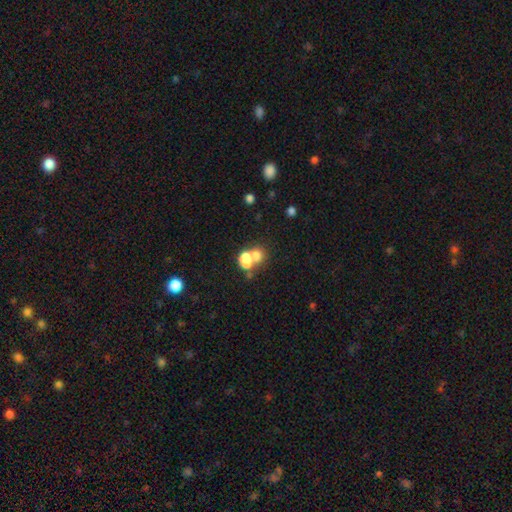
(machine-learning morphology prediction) Overall: smooth (69%). How rounded: in between (55%; round 43%). Merging: merger (62%; none 25%).